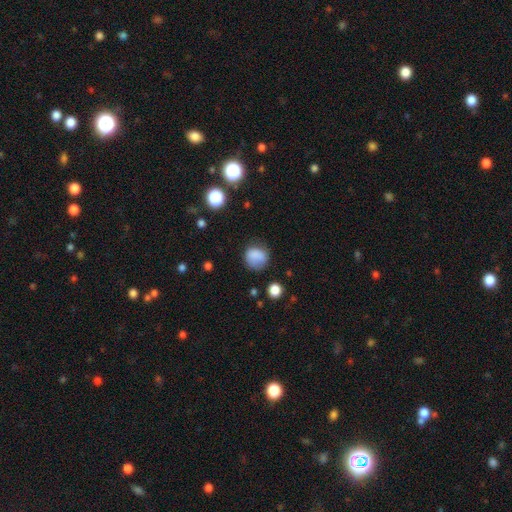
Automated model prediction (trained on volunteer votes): smooth-or-featured: smooth: 82% | star or artifact: 11% | featured or disk: 7%
  how-rounded: round: 78% | in between: 21% | cigar-shaped: 1%
  merging: none: 65% | minor disturbance: 24% | major disturbance: 9% | merger: 2%